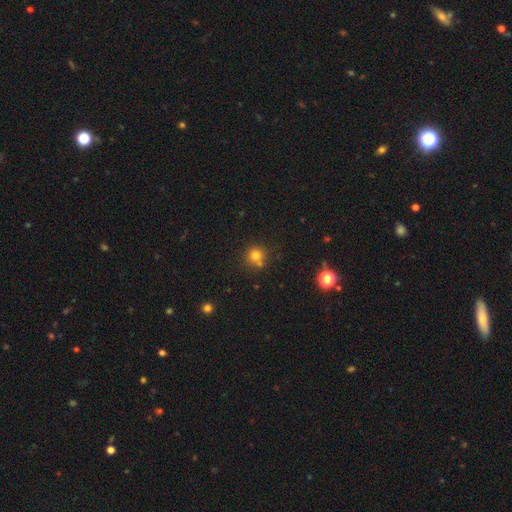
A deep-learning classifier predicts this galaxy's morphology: Smooth or featured?
  - smooth: 77% *
  - star or artifact: 16%
  - featured or disk: 7%
How rounded?
  - round: 91% *
  - in between: 8%
  - cigar-shaped: 1%
Merging?
  - none: 69% *
  - merger: 18%
  - minor disturbance: 10%
  - major disturbance: 3%